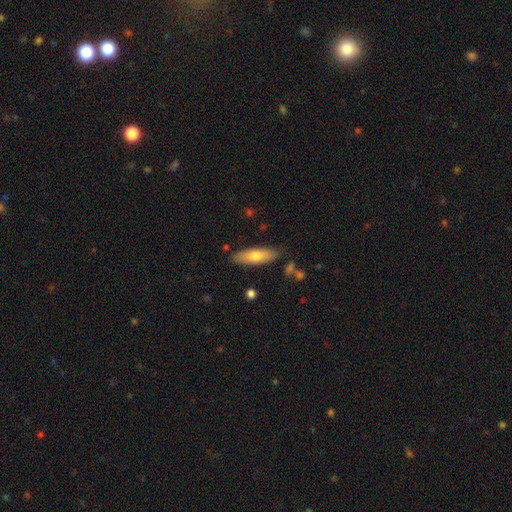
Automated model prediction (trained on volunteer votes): Smooth or featured?
  - smooth: 69% *
  - featured or disk: 25%
  - star or artifact: 6%
How rounded?
  - in between: 53% *
  - cigar-shaped: 45%
  - round: 2%
Merging?
  - none: 83% *
  - minor disturbance: 12%
  - merger: 3%
  - major disturbance: 2%